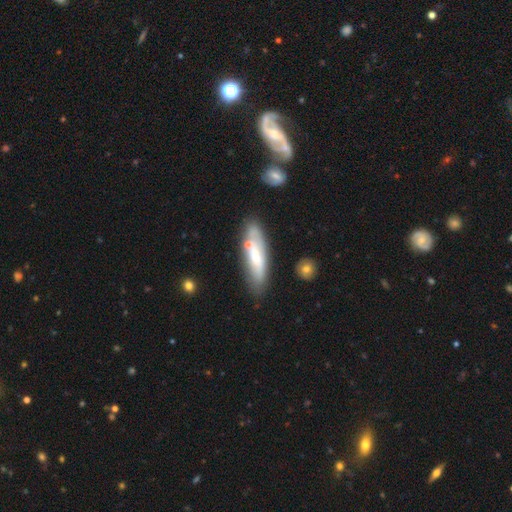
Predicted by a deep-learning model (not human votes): Smooth or featured? Predicted: smooth (p=0.50). Merging? Predicted: none (p=0.71).